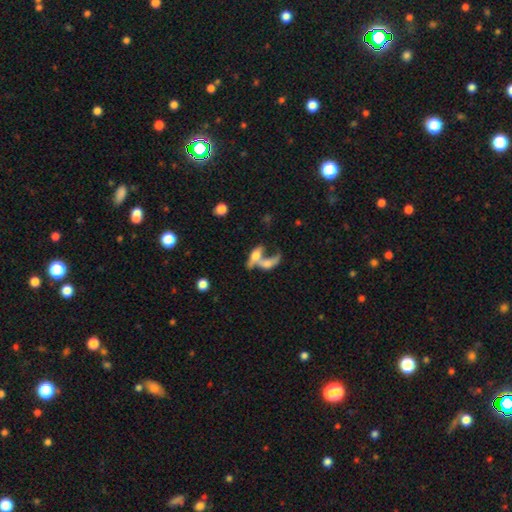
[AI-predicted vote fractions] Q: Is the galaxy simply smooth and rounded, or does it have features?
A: smooth — 48%.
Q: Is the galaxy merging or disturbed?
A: merger — 66%.